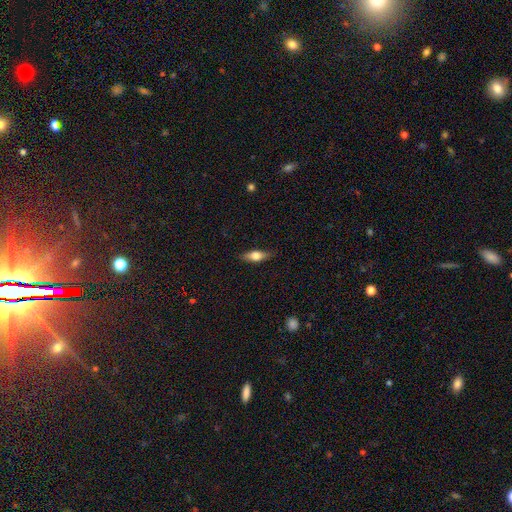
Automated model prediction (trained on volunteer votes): Smooth or featured: smooth — 58% (featured or disk — 35%)
How rounded: in between — 62% (cigar-shaped — 34%)
Merging: none — 86% (minor disturbance — 11%)